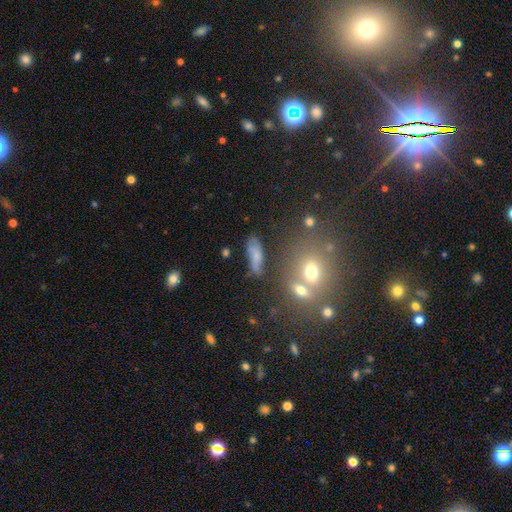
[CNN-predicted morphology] smooth 65%, featured or disk 21%, star or artifact 14%. Down the decision tree: how rounded — in between (58%); merging — none (54%).